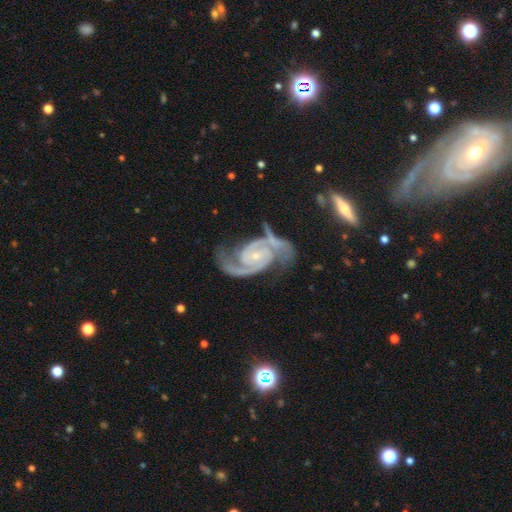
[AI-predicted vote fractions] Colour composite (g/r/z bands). It shows a featured or disk galaxy (93%) with no bar (54%), 2 (91%) medium (53%) spiral arms (99%) and a small central bulge (78%). Merging: none (65%).